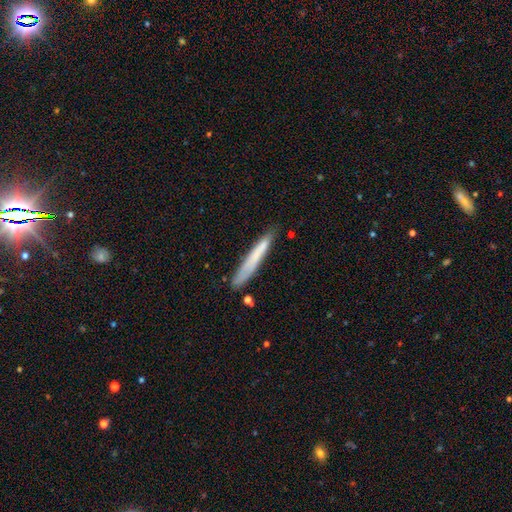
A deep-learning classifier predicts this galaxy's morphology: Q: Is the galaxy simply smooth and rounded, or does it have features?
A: smooth — 68%.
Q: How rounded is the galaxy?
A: cigar-shaped — 96%.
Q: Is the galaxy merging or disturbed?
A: none — 80%.